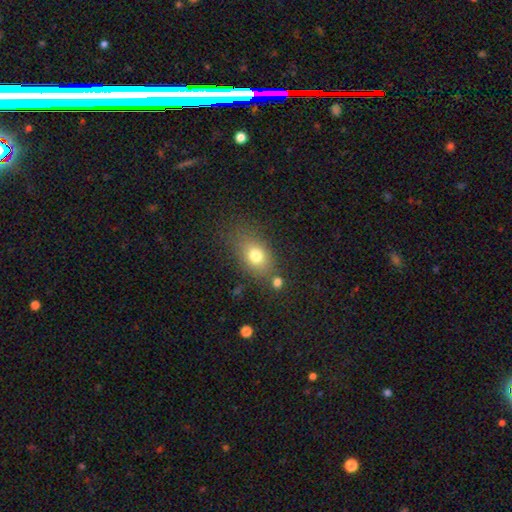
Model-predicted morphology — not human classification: Smooth or featured? Predicted: smooth (p=0.75). How rounded? Predicted: in between (p=0.70). Merging? Predicted: none (p=0.68).